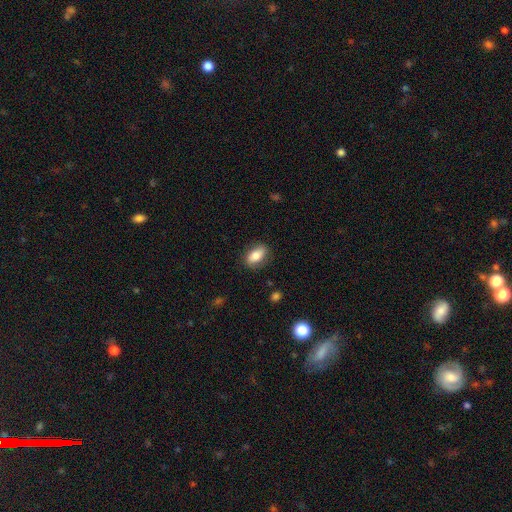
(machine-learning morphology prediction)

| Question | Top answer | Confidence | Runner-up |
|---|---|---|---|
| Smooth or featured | smooth | 74% | featured or disk (18%) |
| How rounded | in between | 85% | round (8%) |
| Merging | none | 80% | minor disturbance (15%) |